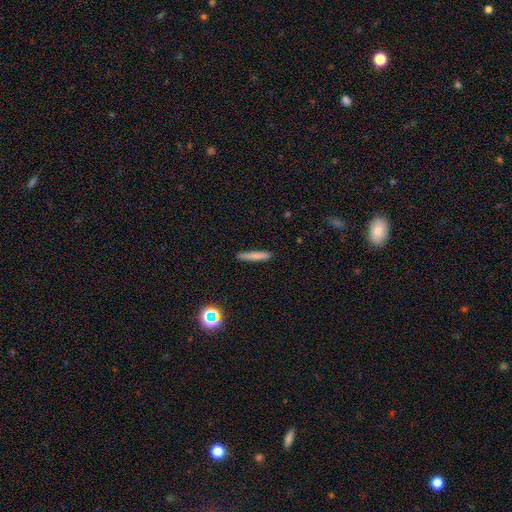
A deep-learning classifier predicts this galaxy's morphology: A smooth galaxy with no disk features (78%) that is cigar-shaped (94%). Merging: none (88%).